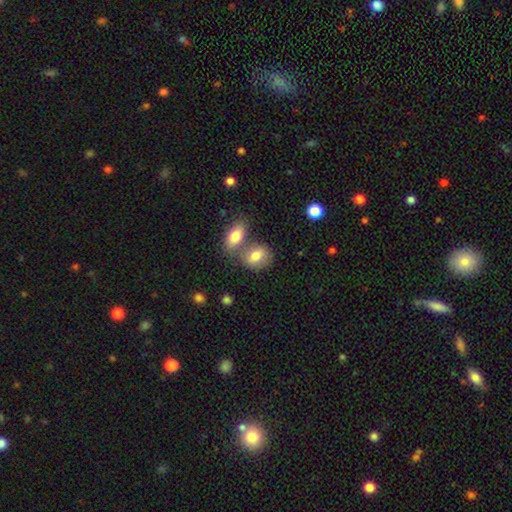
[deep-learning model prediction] smooth_or_featured: smooth (p=0.76) [alt: featured or disk p=0.16]
how_rounded: in between (p=0.77) [alt: round p=0.20]
merging: none (p=0.45) [alt: merger p=0.40]